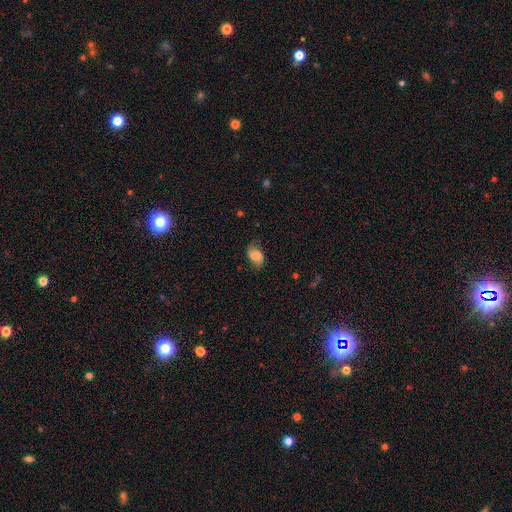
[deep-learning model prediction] A smooth galaxy with no disk features (56%) that is in between round and cigar-shaped (82%). Merging: none (66%).